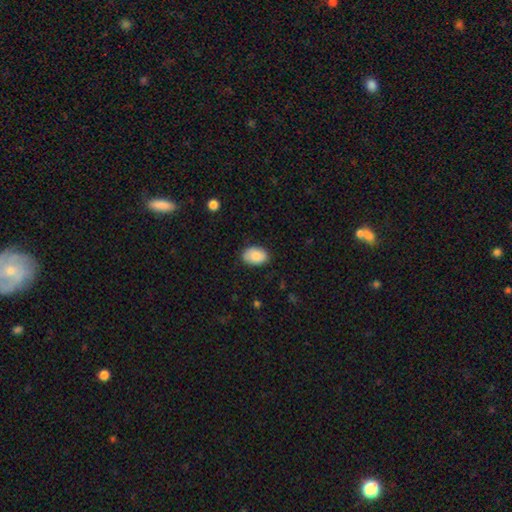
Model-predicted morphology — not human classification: Overall: smooth (85%). How rounded: in between (87%). Merging: none (83%).